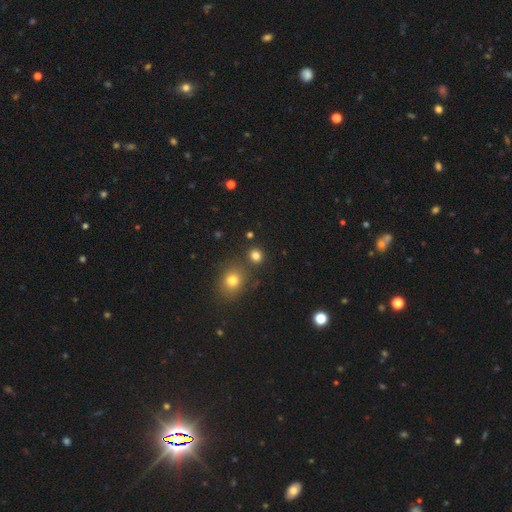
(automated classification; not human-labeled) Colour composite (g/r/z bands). It shows a smooth galaxy with no disk features (80%) that is round (83%). Merging: none (81%).